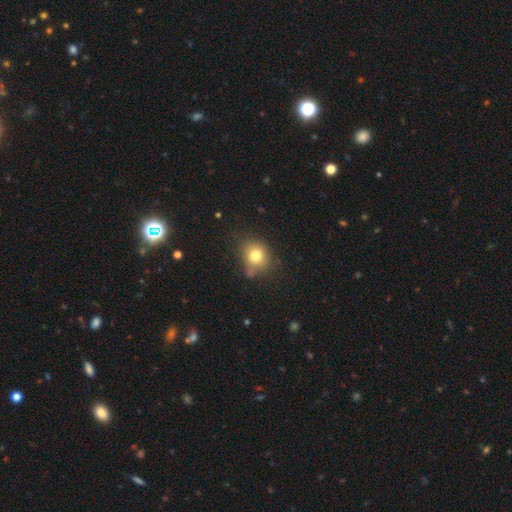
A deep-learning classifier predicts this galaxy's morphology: Smooth or featured? smooth (76%)
How rounded? round (69%)
Merging? none (67%)